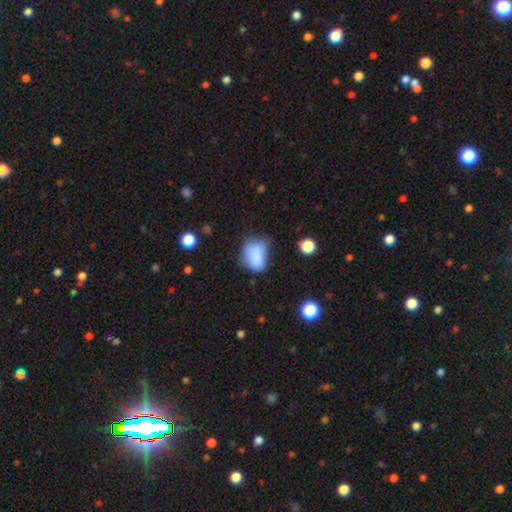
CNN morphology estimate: This appears to be a smooth galaxy with no disk features (77%) that is in between round and cigar-shaped (74%). Merging: minor disturbance (37%).